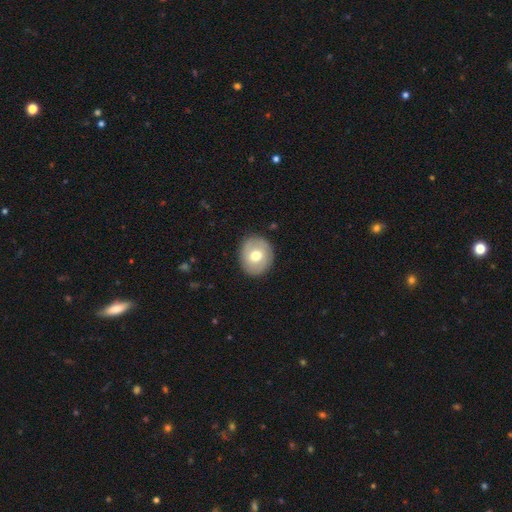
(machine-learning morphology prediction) smooth-or-featured: smooth: 64% | featured or disk: 29% | star or artifact: 7%
  how-rounded: round: 74% | in between: 25% | cigar-shaped: 1%
  merging: none: 87% | minor disturbance: 9% | major disturbance: 3% | merger: 1%